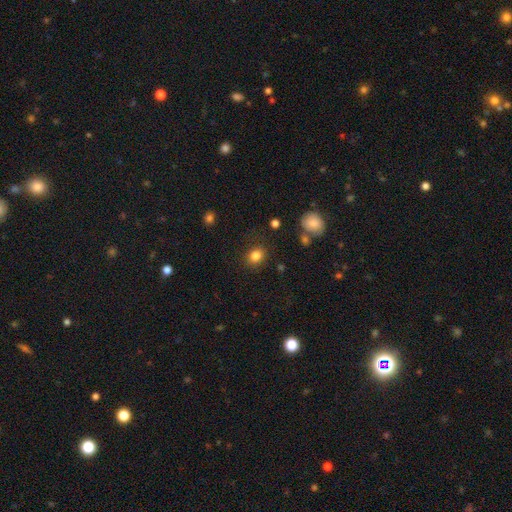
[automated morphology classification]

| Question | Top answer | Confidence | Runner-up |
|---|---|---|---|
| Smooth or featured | smooth | 84% | star or artifact (11%) |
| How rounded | round | 61% | in between (38%) |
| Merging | none | 84% | minor disturbance (11%) |